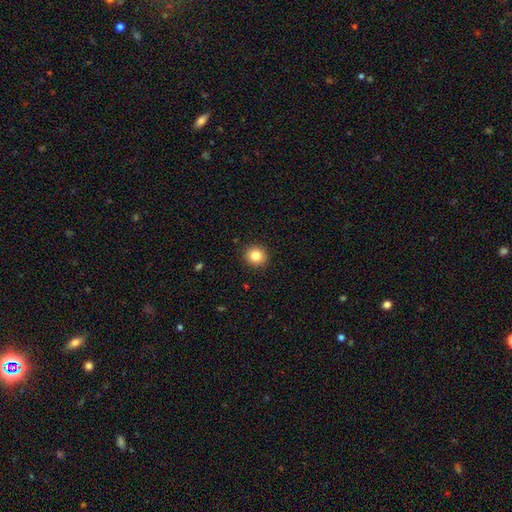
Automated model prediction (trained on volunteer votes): smooth_or_featured: smooth (p=0.84) [alt: star or artifact p=0.10]
how_rounded: round (p=0.90) [alt: in between p=0.09]
merging: none (p=0.92) [alt: minor disturbance p=0.05]